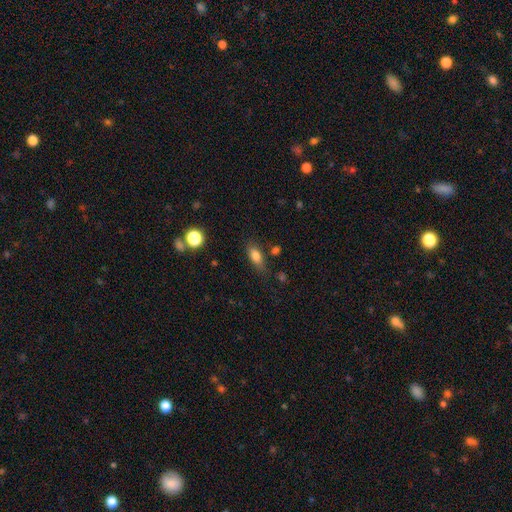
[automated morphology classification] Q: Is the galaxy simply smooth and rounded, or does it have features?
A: smooth — 78%.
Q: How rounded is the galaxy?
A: in between — 78%.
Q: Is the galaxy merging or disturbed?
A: none — 70%.